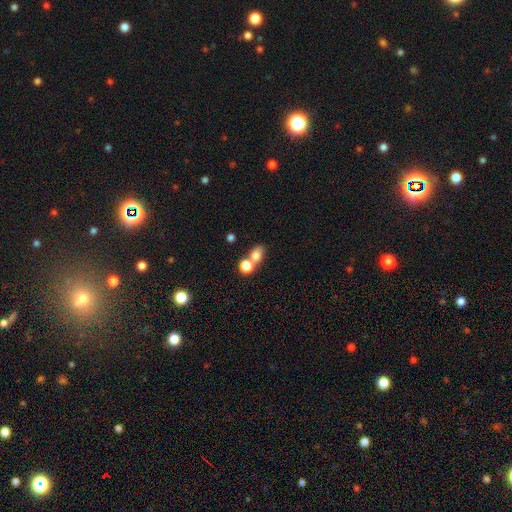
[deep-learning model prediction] Overall: smooth (77%). How rounded: in between (55%; round 43%). Merging: merger (49%; none 38%).